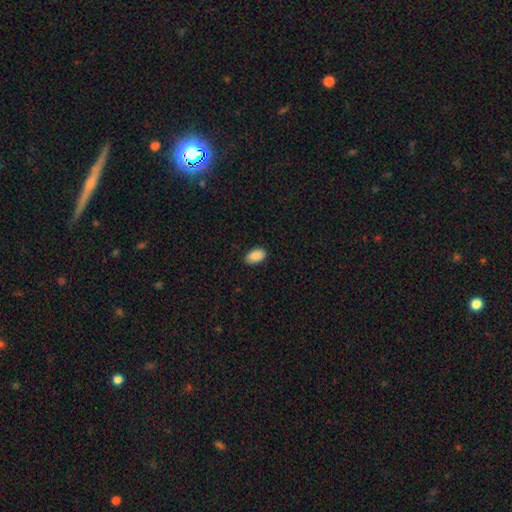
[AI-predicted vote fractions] Smooth or featured: smooth — 90% (star or artifact — 7%)
How rounded: in between — 94% (round — 5%)
Merging: none — 88% (minor disturbance — 9%)